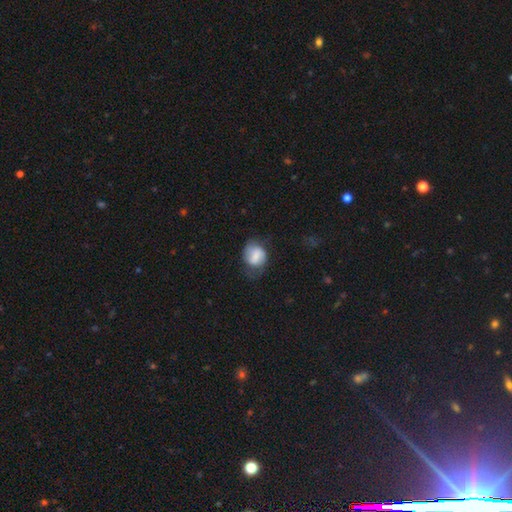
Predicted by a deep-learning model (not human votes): Smooth or featured: smooth — 64% (featured or disk — 28%)
How rounded: round — 53% (in between — 46%)
Merging: none — 49% (minor disturbance — 31%)